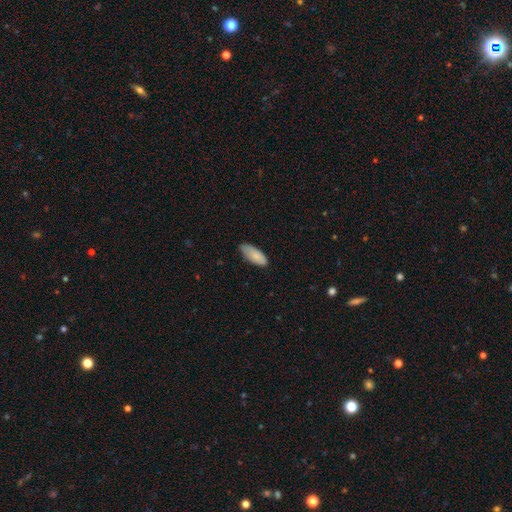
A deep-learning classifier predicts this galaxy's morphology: This appears to be a smooth galaxy with no disk features (84%) that is in between round and cigar-shaped (86%). Merging: none (66%).